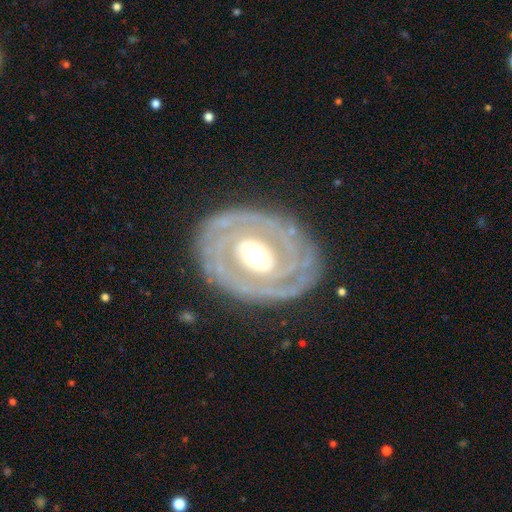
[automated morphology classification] smooth_or_featured: featured or disk (p=0.87) [alt: smooth p=0.09]
disk_edge_on: no (p=0.96) [alt: yes p=0.04]
bar: no (p=0.46) [alt: weak p=0.32]
has_spiral_arms: yes (p=0.87) [alt: no p=0.13]
spiral_winding: tight (p=0.76) [alt: medium p=0.18]
spiral_arm_count: 2 (p=0.42) [alt: can't tell p=0.27]
bulge_size: moderate (p=0.67) [alt: large p=0.19]
merging: none (p=0.81) [alt: minor disturbance p=0.12]